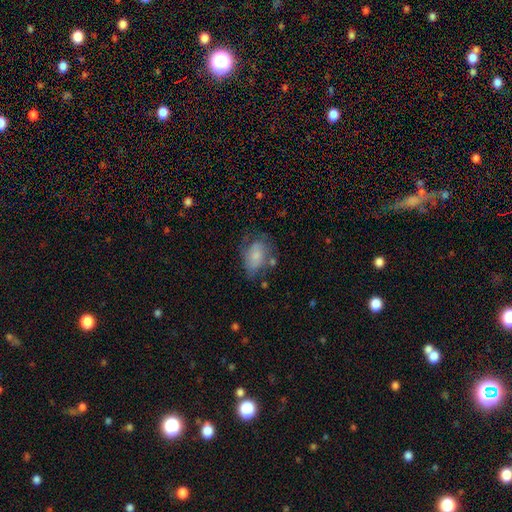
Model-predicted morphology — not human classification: A smooth galaxy with no disk features (61%) that is in between round and cigar-shaped (79%).

Vote fractions:
- Smooth or featured? smooth: 61% / featured or disk: 31% / star or artifact: 8%
- How rounded? in between: 79% / round: 19% / cigar-shaped: 2%
- Merging? none: 46% / minor disturbance: 30% / major disturbance: 19% / merger: 5%